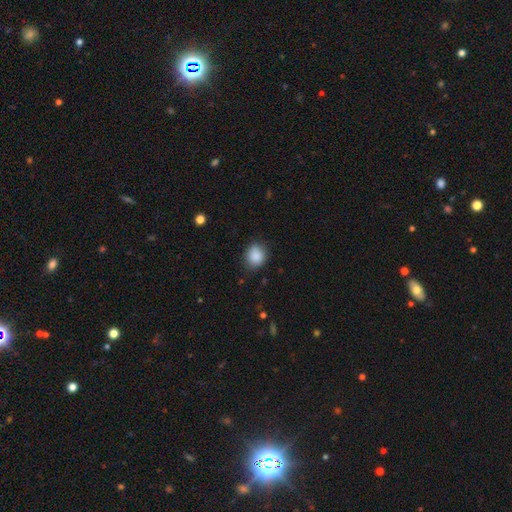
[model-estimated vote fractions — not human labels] The model was most divided on "how rounded": round: 64%, in between: 35%, cigar-shaped: 1%. More confident: smooth or featured — smooth (87%); merging — none (78%).